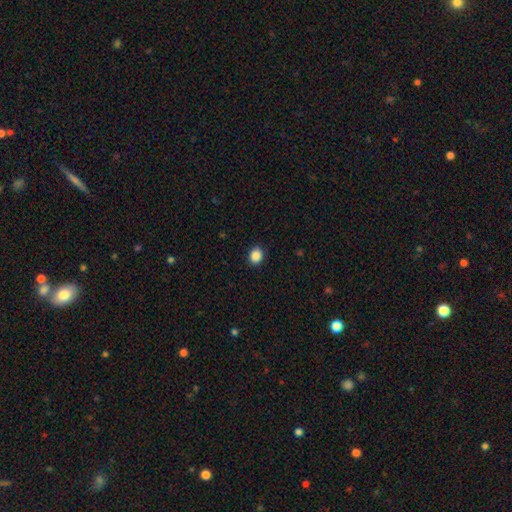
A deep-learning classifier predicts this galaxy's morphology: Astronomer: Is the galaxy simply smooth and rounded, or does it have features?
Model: smooth — 88%.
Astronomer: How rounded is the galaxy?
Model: round — 65%.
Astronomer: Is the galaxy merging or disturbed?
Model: none — 91%.